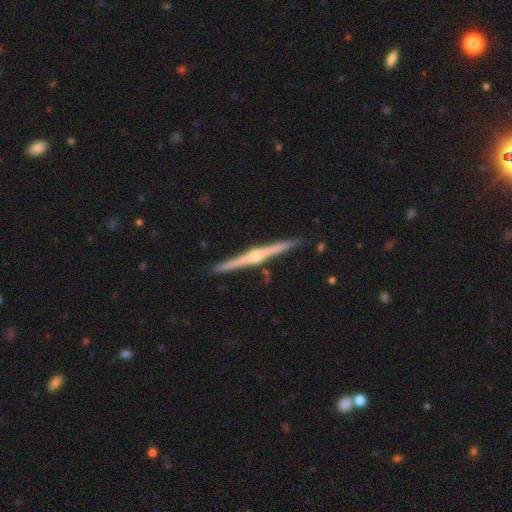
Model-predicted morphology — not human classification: The model was most divided on "smooth or featured": featured or disk: 82%, smooth: 13%, star or artifact: 5%. More confident: edge-on disk — yes (98%); merging — none (90%); edge-on bulge — rounded (82%).